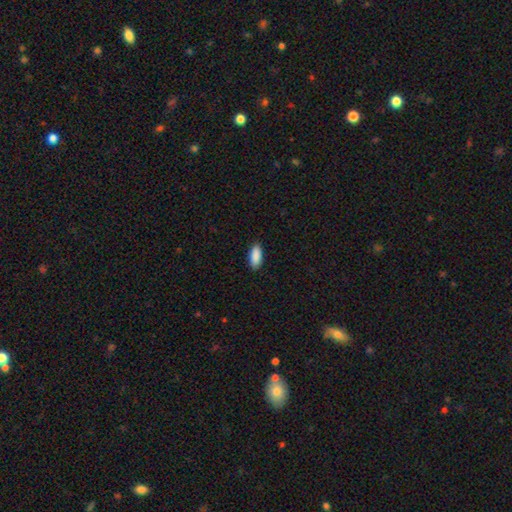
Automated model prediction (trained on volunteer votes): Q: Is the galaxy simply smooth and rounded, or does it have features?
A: smooth — 90%.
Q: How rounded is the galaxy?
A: in between — 85%.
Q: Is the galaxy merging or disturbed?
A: none — 89%.